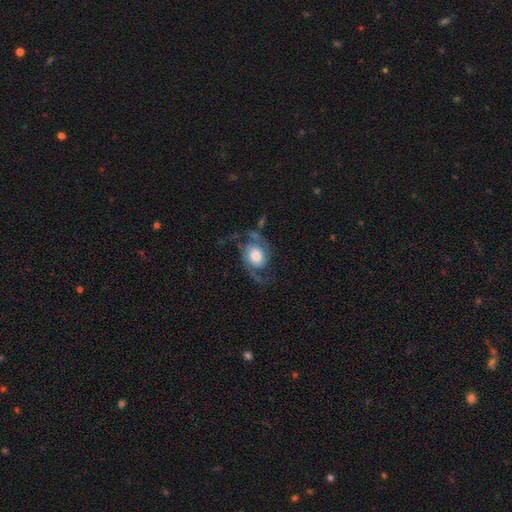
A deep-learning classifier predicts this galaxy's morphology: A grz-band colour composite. It shows a featured or disk galaxy (82%) with no bar (75%), 2 (90%) loose (44%) spiral arms (95%) and a large central bulge (47%). Merging: none (63%).